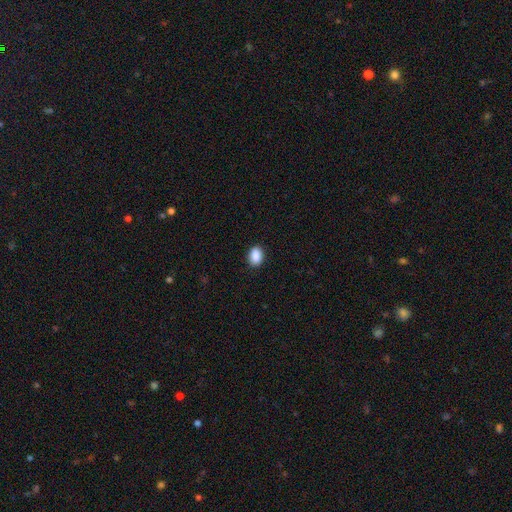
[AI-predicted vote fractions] The model was most divided on "how rounded": in between: 78%, round: 21%, cigar-shaped: 1%. More confident: smooth or featured — smooth (90%); merging — none (89%).